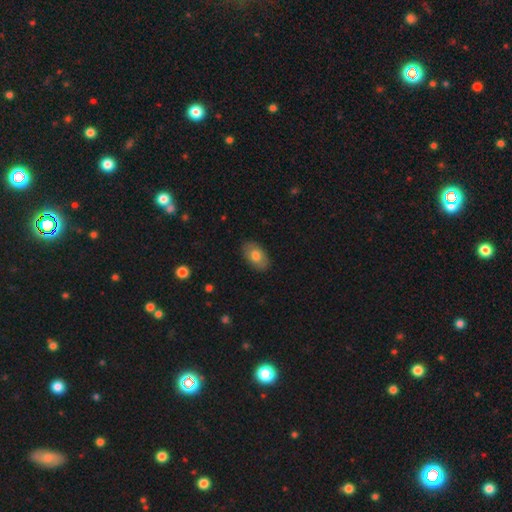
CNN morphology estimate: smooth-or-featured: smooth: 76% | featured or disk: 17% | star or artifact: 7%
  how-rounded: in between: 92% | round: 7% | cigar-shaped: 1%
  merging: none: 87% | minor disturbance: 10% | major disturbance: 2% | merger: 1%